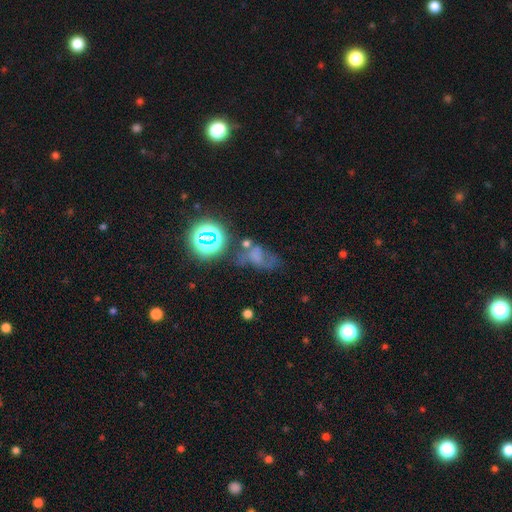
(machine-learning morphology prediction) This appears to be a smooth galaxy with no disk features (43%). Merging: none (36%).